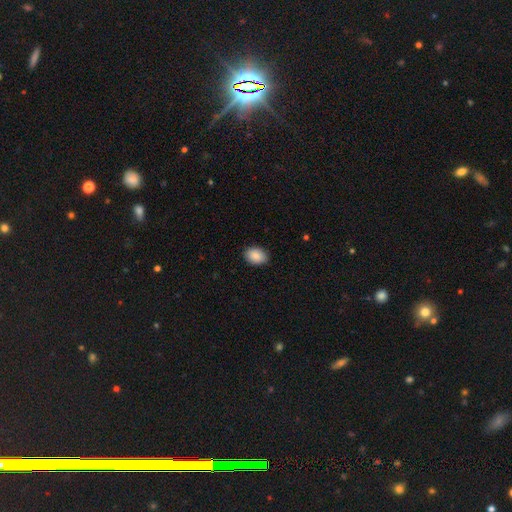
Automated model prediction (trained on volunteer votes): smooth 87%, star or artifact 7%, featured or disk 6%. Down the decision tree: how rounded — in between (77%); merging — none (89%).